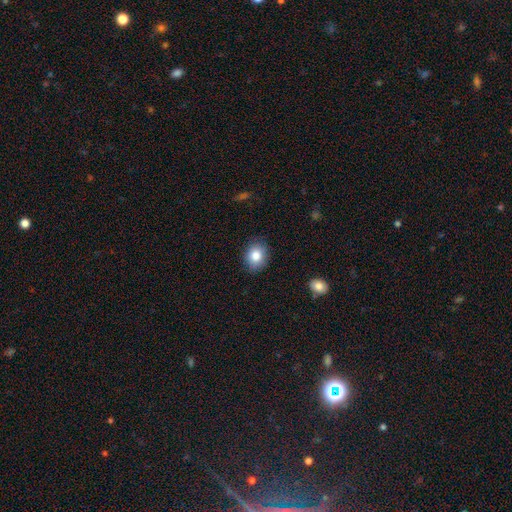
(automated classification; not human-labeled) Smooth or featured? smooth (83%)
How rounded? round (53%)
Merging? none (85%)